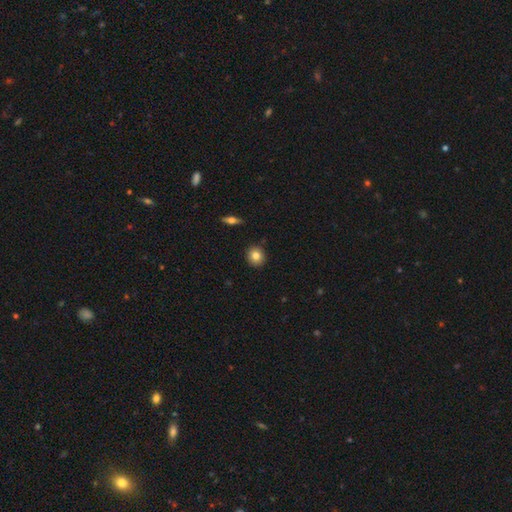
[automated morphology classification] A smooth galaxy with no disk features (81%) that is round (86%).

Vote fractions:
- Smooth or featured? smooth: 81% / featured or disk: 9% / star or artifact: 9%
- How rounded? round: 86% / in between: 13% / cigar-shaped: 1%
- Merging? none: 89% / minor disturbance: 7% / major disturbance: 2% / merger: 2%